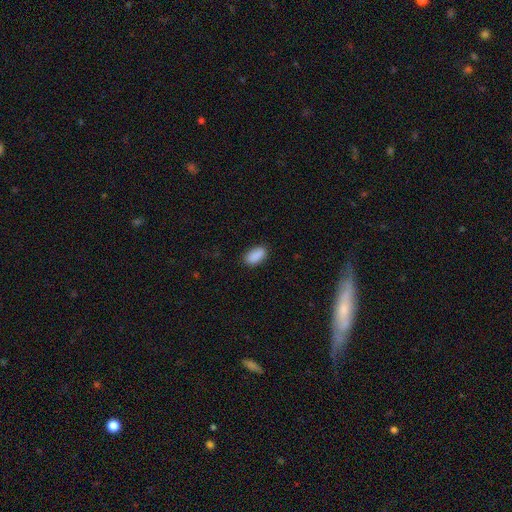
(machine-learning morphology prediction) The model was most divided on "merging": none: 87%, minor disturbance: 10%, major disturbance: 2%, merger: 1%. More confident: how rounded — in between (91%); smooth or featured — smooth (89%).